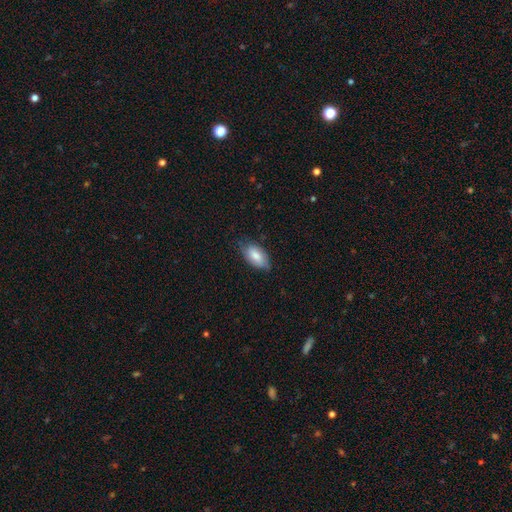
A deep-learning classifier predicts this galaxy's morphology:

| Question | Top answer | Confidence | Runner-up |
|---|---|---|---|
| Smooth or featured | smooth | 75% | featured or disk (19%) |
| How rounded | in between | 93% | cigar-shaped (4%) |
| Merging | none | 66% | minor disturbance (28%) |